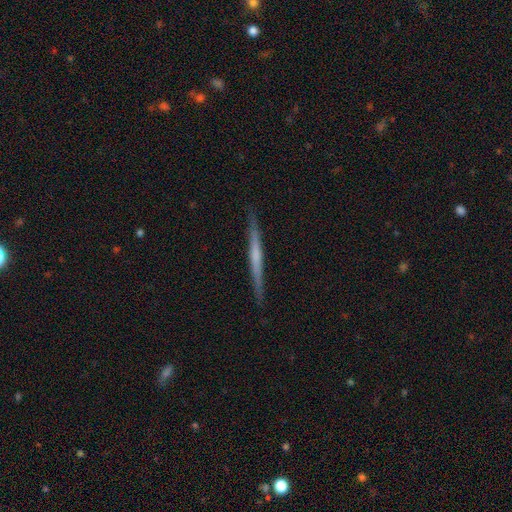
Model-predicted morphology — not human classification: Overall: featured or disk (59%; smooth 36%). Edge-on disk: yes (98%). Edge-on bulge: none (70%). Merging: none (90%).